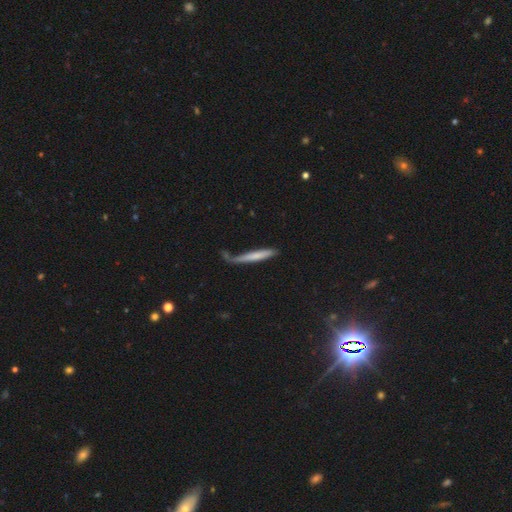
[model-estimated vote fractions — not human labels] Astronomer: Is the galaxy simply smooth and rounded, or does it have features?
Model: smooth — 65%.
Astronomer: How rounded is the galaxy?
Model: cigar-shaped — 93%.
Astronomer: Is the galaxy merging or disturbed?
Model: none — 53%.